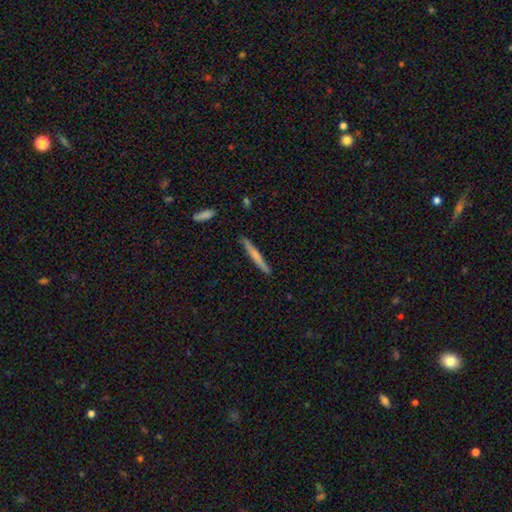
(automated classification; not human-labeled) This is possibly a smooth galaxy (58%). How rounded: clearly cigar-shaped (96%). Merging: clearly none (90%).